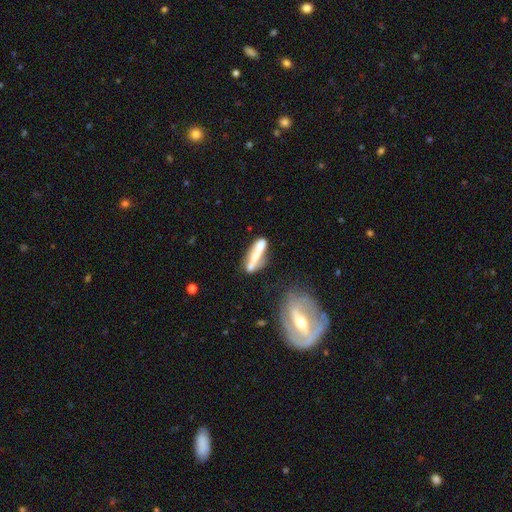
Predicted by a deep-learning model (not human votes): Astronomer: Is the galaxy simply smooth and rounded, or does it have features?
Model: smooth — 47% (runner-up: featured or disk, 46%).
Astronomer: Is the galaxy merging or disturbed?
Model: none — 48%.